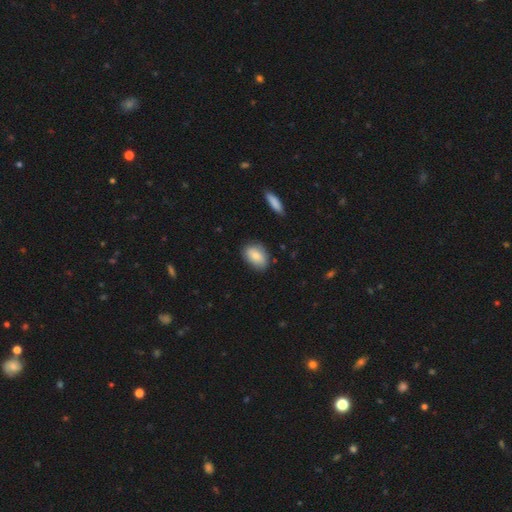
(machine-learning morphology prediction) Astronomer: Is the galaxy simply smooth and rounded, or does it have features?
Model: smooth — 77%.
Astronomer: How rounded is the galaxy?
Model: in between — 85%.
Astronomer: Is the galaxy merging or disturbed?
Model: none — 78%.